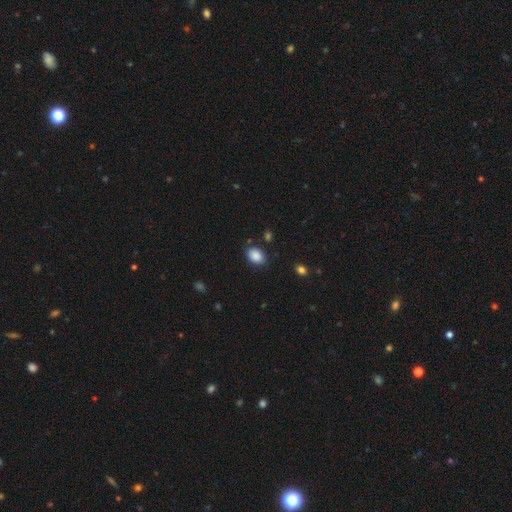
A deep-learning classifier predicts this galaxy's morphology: Smooth or featured? smooth (88%)
How rounded? in between (70%)
Merging? none (82%)